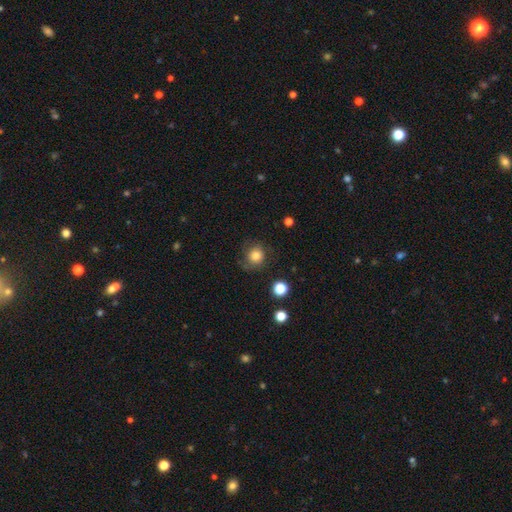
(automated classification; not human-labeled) Overall: smooth (78%). How rounded: round (87%). Merging: none (72%).